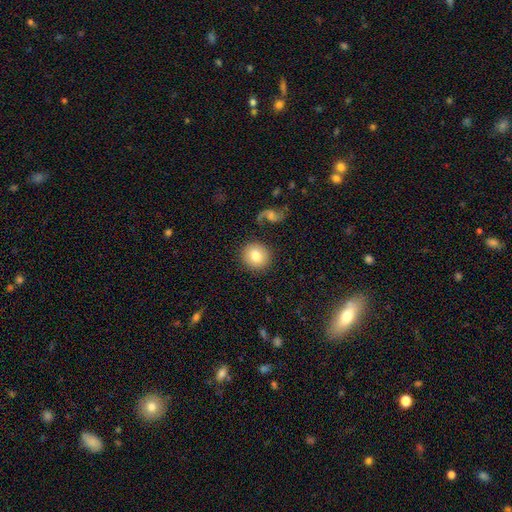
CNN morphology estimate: smooth 79%, featured or disk 13%, star or artifact 8%. Down the decision tree: how rounded — round (89%); merging — none (86%).